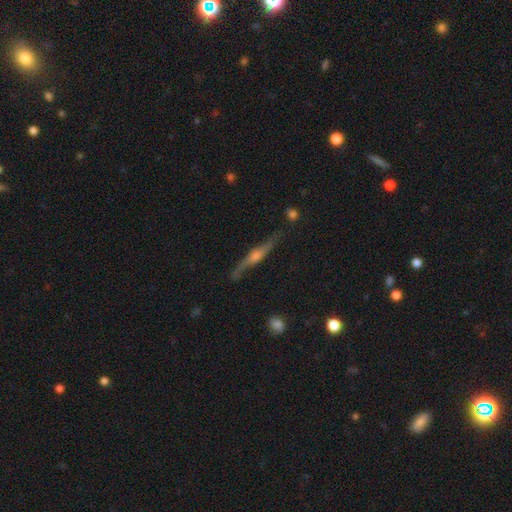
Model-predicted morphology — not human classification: Overall: featured or disk (79%). Edge-on disk: yes (92%). Edge-on bulge: rounded (84%). Merging: none (77%).